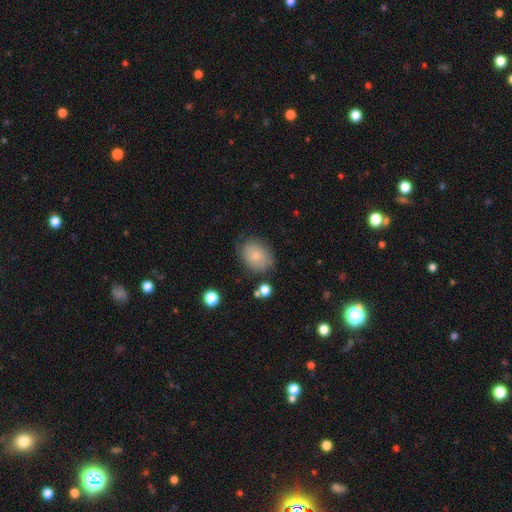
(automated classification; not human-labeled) A smooth galaxy with no disk features (75%) that is in between round and cigar-shaped (56%). Merging: none (71%).